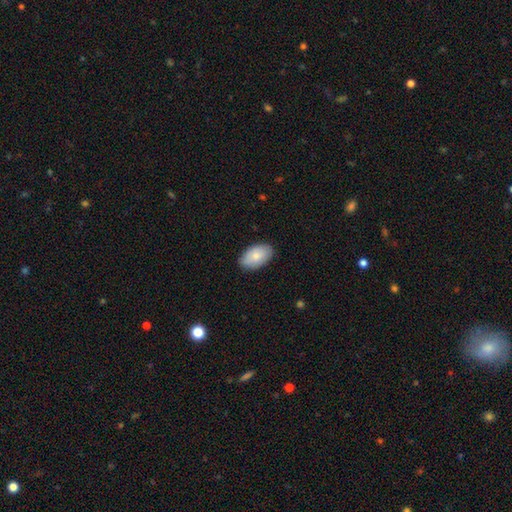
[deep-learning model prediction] Smooth or featured?
  - smooth: 79% *
  - featured or disk: 15%
  - star or artifact: 6%
How rounded?
  - in between: 94% *
  - round: 5%
  - cigar-shaped: 1%
Merging?
  - none: 84% *
  - minor disturbance: 13%
  - major disturbance: 2%
  - merger: 1%